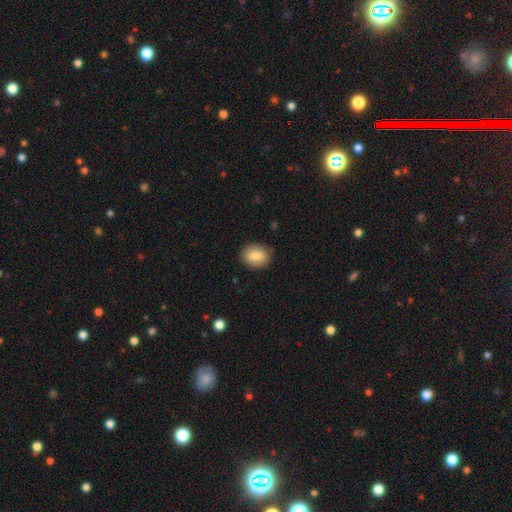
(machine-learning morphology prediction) A smooth galaxy with no disk features (83%) that is round (56%). Merging: none (86%).